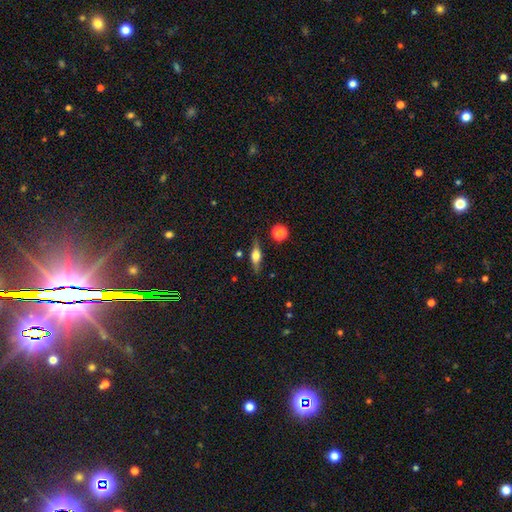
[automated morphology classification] Q: Smooth or featured?
A: featured or disk (57%); runner-up: smooth (35%)
Q: Edge-on disk?
A: yes (94%); runner-up: no (6%)
Q: Edge-on bulge?
A: rounded (90%); runner-up: boxy (8%)
Q: Merging?
A: none (83%); runner-up: minor disturbance (11%)